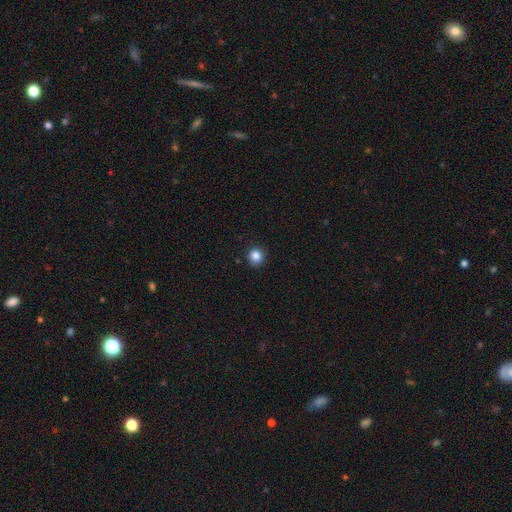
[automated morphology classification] smooth-or-featured: smooth: 86% | star or artifact: 11% | featured or disk: 3%
  how-rounded: round: 88% | in between: 11% | cigar-shaped: 1%
  merging: none: 90% | minor disturbance: 7% | major disturbance: 2% | merger: 1%